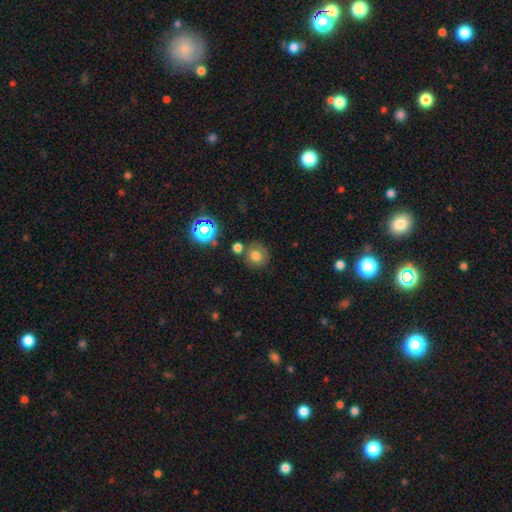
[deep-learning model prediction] Overall: smooth (71%). How rounded: round (86%). Merging: none (68%).